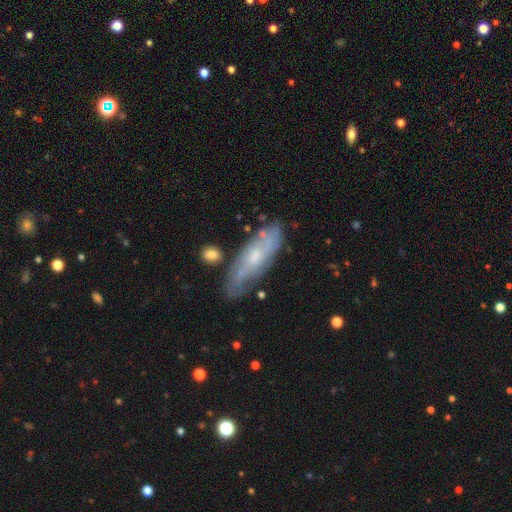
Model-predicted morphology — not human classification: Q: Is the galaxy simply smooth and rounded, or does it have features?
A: featured or disk — 62%.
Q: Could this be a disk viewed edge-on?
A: no — 70%.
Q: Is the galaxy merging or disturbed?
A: none — 72%.